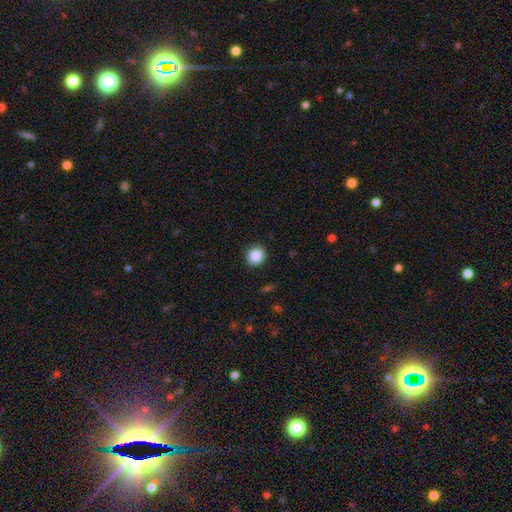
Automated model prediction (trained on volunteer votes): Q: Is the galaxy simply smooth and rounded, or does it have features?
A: smooth — 86%.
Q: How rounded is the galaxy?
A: round — 88%.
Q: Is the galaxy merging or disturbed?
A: none — 90%.